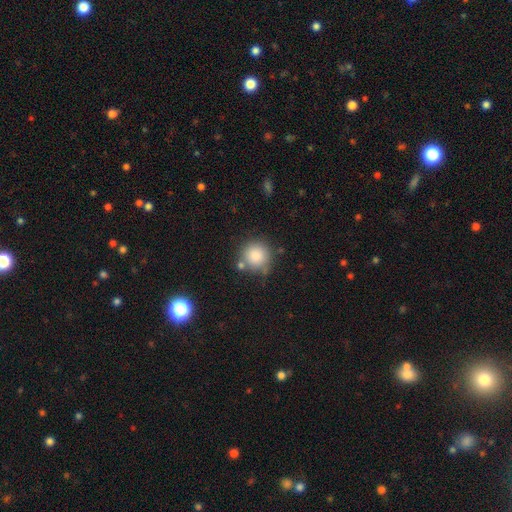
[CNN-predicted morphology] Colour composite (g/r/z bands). It shows a smooth galaxy with no disk features (85%) that is round (93%). Merging: none (71%).